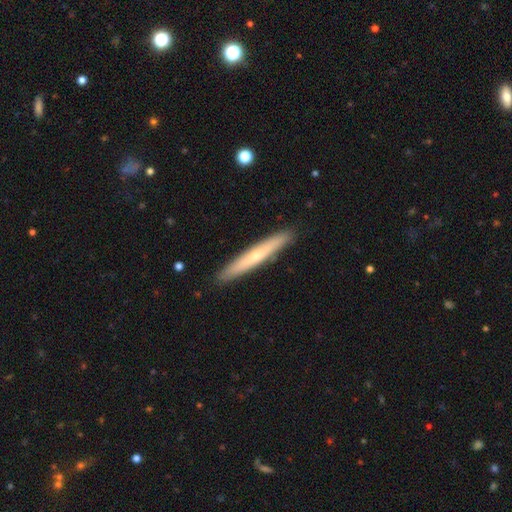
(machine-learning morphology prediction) Smooth or featured? Predicted: smooth (p=0.49). Merging? Predicted: none (p=0.91).